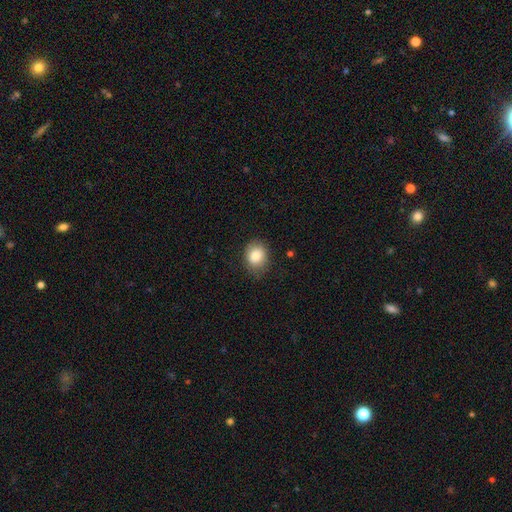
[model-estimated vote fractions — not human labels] Q: Smooth or featured?
A: smooth (83%); runner-up: star or artifact (9%)
Q: How rounded?
A: round (54%); runner-up: in between (45%)
Q: Merging?
A: none (77%); runner-up: minor disturbance (18%)